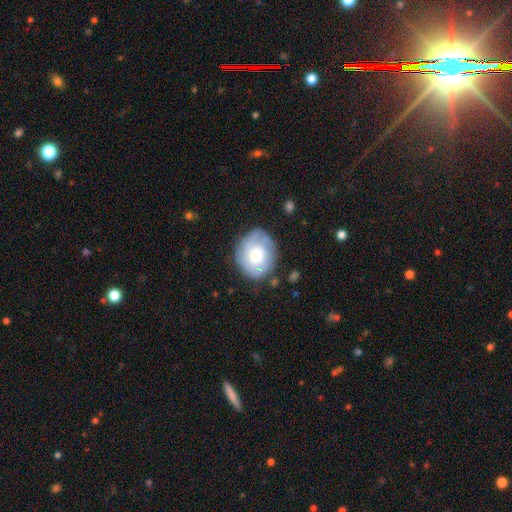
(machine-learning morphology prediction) The model was most divided on "smooth or featured": featured or disk: 49%, smooth: 44%, star or artifact: 7%. More confident: merging — none (71%).